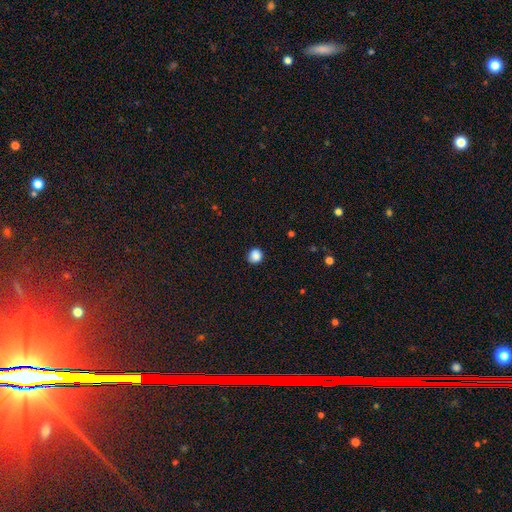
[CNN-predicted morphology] smooth-or-featured: smooth: 87% | star or artifact: 10% | featured or disk: 3%
  how-rounded: round: 90% | in between: 9% | cigar-shaped: 1%
  merging: none: 90% | minor disturbance: 7% | major disturbance: 2% | merger: 1%